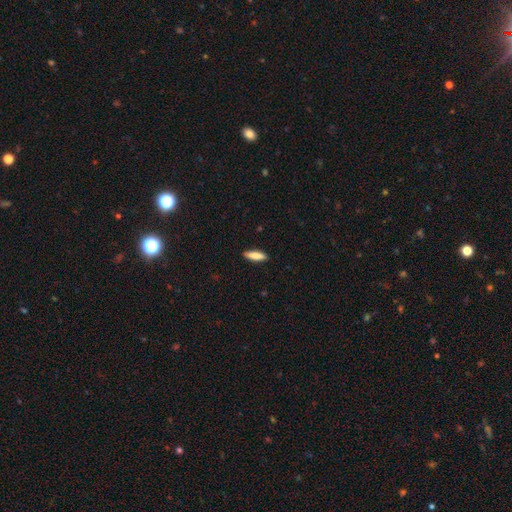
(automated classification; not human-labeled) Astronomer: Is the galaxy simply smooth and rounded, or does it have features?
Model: smooth — 82%.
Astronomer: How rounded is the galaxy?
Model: cigar-shaped — 60% (runner-up: in between, 38%).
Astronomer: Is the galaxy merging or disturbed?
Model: none — 90%.